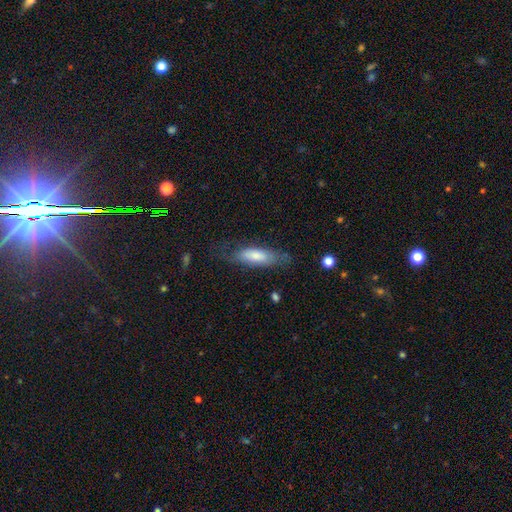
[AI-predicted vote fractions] A smooth galaxy with no disk features (69%) that is in between round and cigar-shaped (58%). Merging: none (62%).